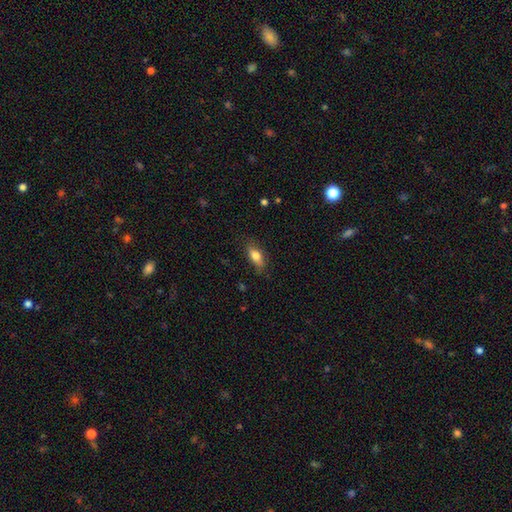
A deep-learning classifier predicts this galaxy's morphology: Smooth or featured: smooth — 77% (featured or disk — 15%)
How rounded: in between — 80% (cigar-shaped — 14%)
Merging: none — 77% (minor disturbance — 18%)